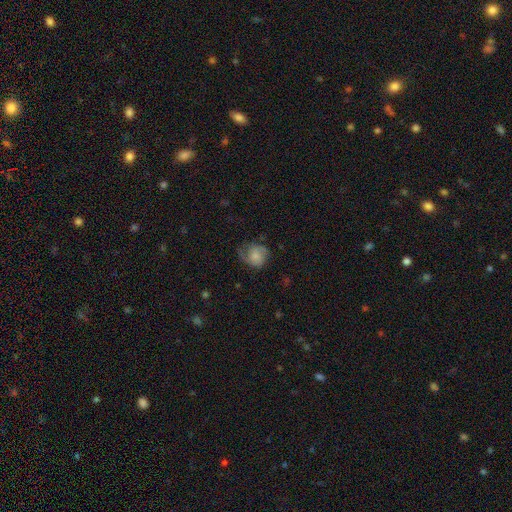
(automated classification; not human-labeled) Smooth or featured? smooth (53%)
How rounded? round (69%)
Merging? none (47%)